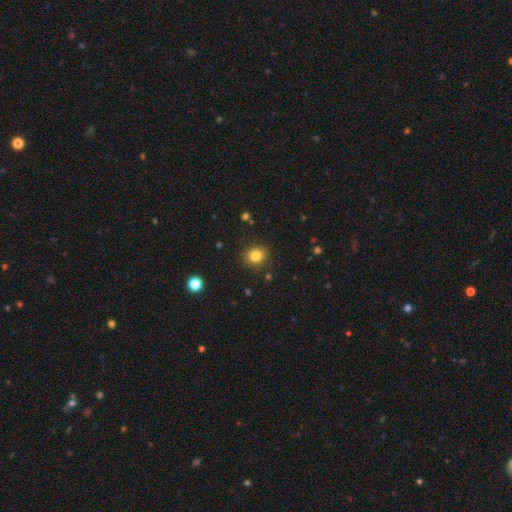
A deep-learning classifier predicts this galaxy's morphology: type=smooth (82%); roundness=round (75%); merging=none (89%).